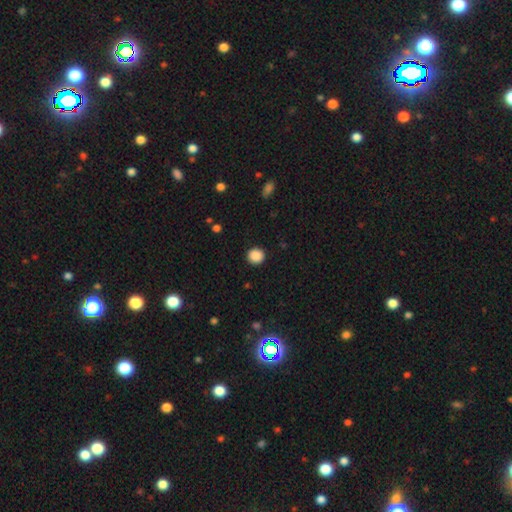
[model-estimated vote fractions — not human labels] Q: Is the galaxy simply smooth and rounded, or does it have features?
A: smooth — 89%.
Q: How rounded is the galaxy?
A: round — 93%.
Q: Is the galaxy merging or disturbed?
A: none — 92%.